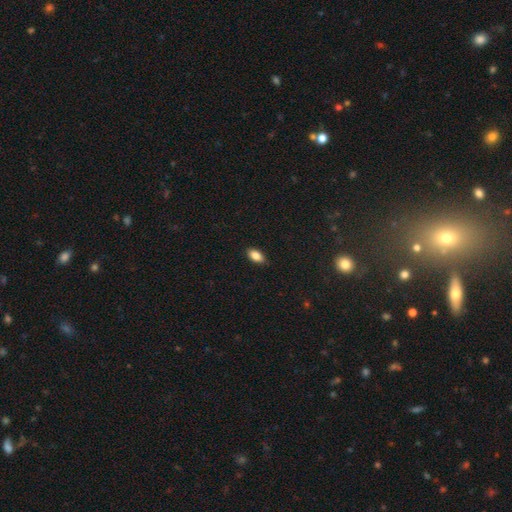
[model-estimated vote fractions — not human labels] Smooth or featured?
  - smooth: 86% *
  - star or artifact: 8%
  - featured or disk: 6%
How rounded?
  - in between: 91% *
  - round: 5%
  - cigar-shaped: 4%
Merging?
  - none: 87% *
  - minor disturbance: 11%
  - major disturbance: 2%
  - merger: 1%